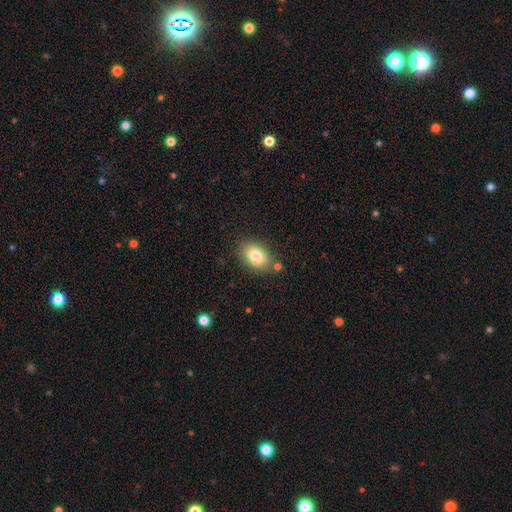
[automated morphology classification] Q: Smooth or featured?
A: smooth (79%); runner-up: featured or disk (12%)
Q: How rounded?
A: in between (80%); runner-up: round (19%)
Q: Merging?
A: none (76%); runner-up: minor disturbance (14%)